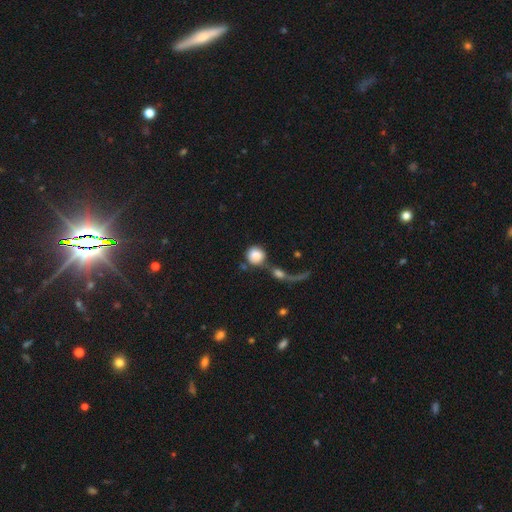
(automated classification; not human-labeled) Smooth or featured: smooth — 83% (featured or disk — 10%)
How rounded: round — 90% (in between — 8%)
Merging: none — 39% (merger — 36%)